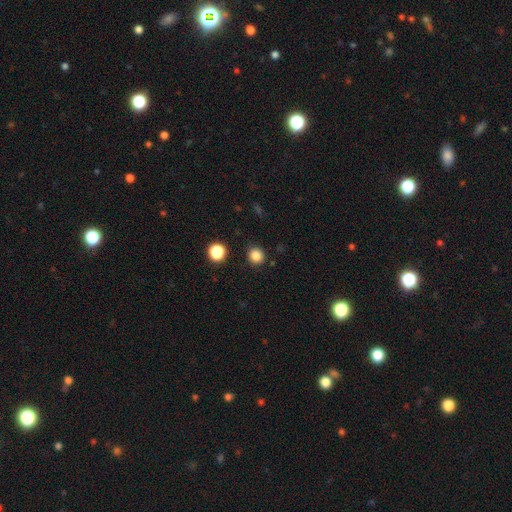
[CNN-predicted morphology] Smooth or featured? Predicted: smooth (p=0.84). How rounded? Predicted: round (p=0.88). Merging? Predicted: none (p=0.89).